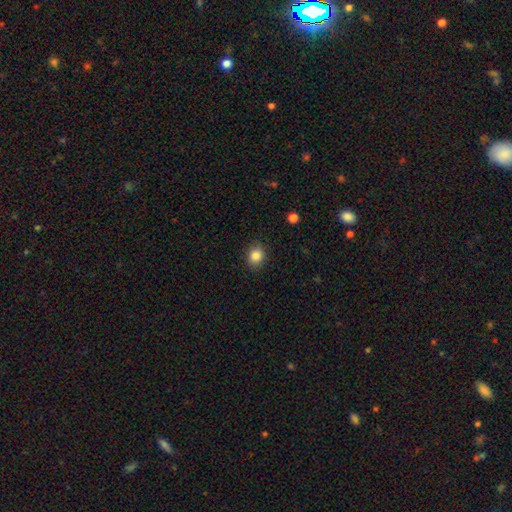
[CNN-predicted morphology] Smooth or featured? smooth (86%)
How rounded? round (61%)
Merging? none (88%)